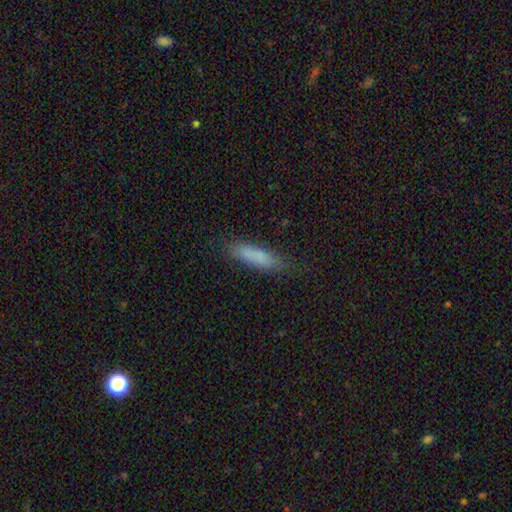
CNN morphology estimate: The model was most divided on "how rounded": cigar-shaped: 75%, in between: 23%, round: 2%. More confident: smooth or featured — smooth (81%); merging — none (80%).